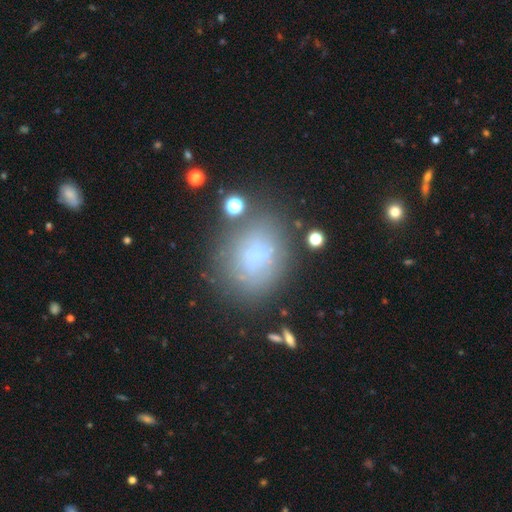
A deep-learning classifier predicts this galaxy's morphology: type=smooth (58%); roundness=in between (52%); merging=none (61%).